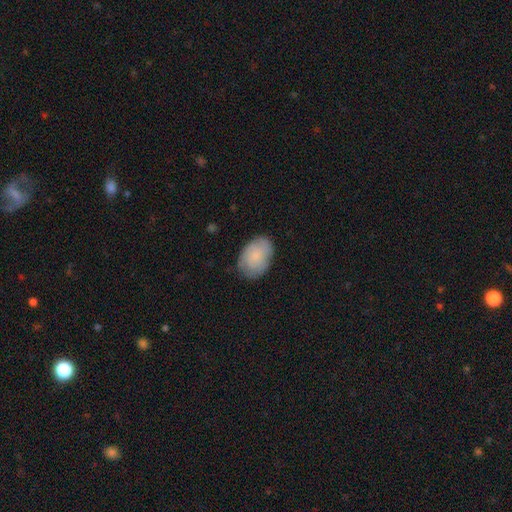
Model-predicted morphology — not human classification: This is likely a smooth galaxy (73%). How rounded: clearly in between (82%). Merging: likely none (76%).